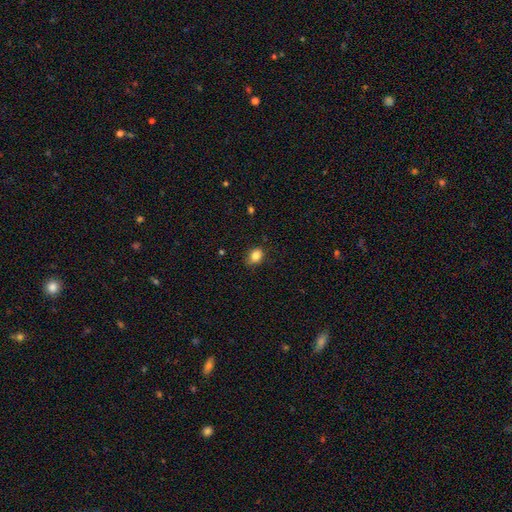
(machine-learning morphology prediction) smooth 83%, star or artifact 10%, featured or disk 7%. Down the decision tree: how rounded — in between (60%); merging — none (72%).